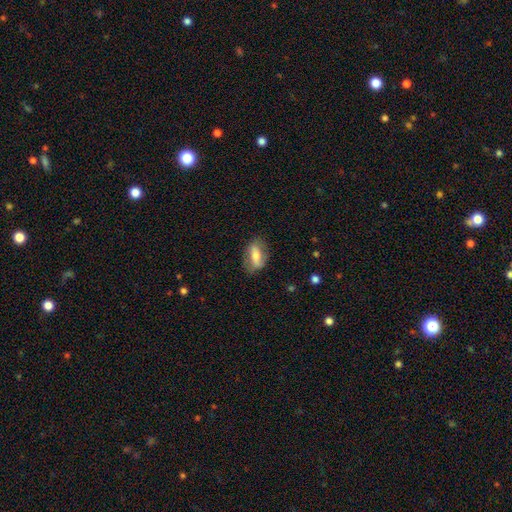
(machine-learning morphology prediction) Q: Smooth or featured?
A: smooth (55%); runner-up: featured or disk (38%)
Q: How rounded?
A: in between (80%); runner-up: cigar-shaped (14%)
Q: Merging?
A: none (74%); runner-up: minor disturbance (18%)